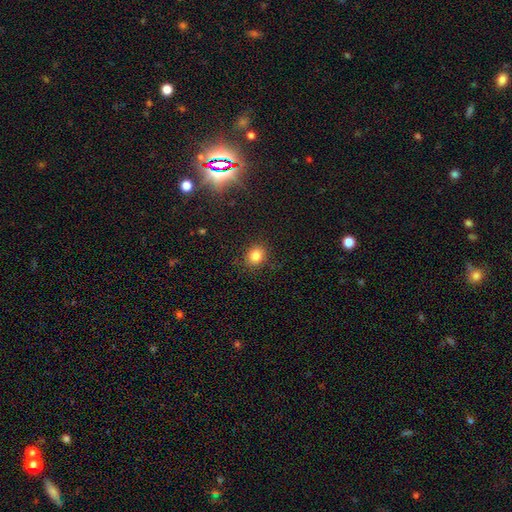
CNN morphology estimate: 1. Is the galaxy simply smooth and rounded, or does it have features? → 82% smooth, 12% star or artifact, 6% featured or disk.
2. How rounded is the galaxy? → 68% round, 31% in between, 1% cigar-shaped.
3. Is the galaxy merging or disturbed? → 87% none, 9% minor disturbance, 3% major disturbance, 1% merger.